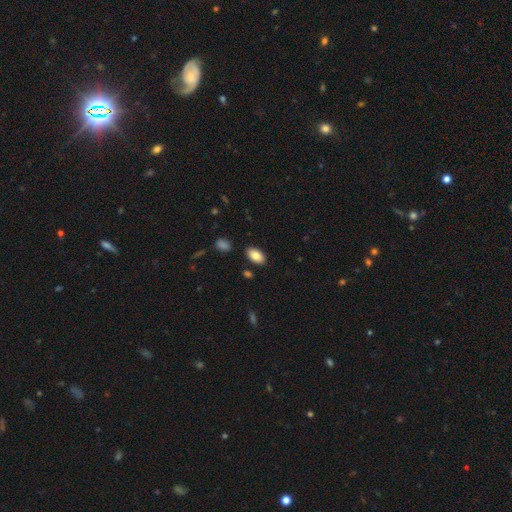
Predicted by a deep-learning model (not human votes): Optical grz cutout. It shows a smooth galaxy with no disk features (85%) that is in between round and cigar-shaped (94%). Merging: none (86%).